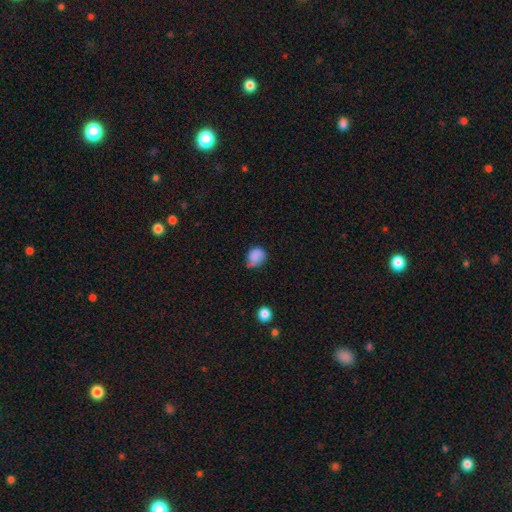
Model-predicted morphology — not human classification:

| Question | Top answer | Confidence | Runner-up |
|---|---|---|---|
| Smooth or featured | smooth | 81% | star or artifact (9%) |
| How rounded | round | 59% | in between (40%) |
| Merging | minor disturbance | 44% | none (41%) |